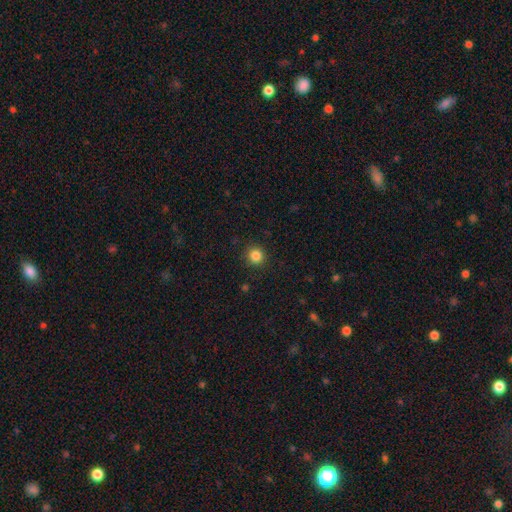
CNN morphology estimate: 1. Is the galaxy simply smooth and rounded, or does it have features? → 85% smooth, 12% star or artifact, 4% featured or disk.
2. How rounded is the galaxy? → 94% round, 5% in between, 1% cigar-shaped.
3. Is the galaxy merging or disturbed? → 92% none, 5% minor disturbance, 2% major disturbance, 1% merger.